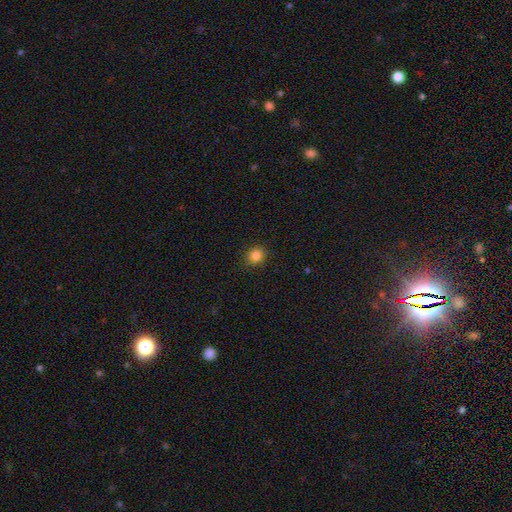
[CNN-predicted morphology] This is clearly a smooth galaxy (85%). How rounded: likely round (76%). Merging: clearly none (87%).